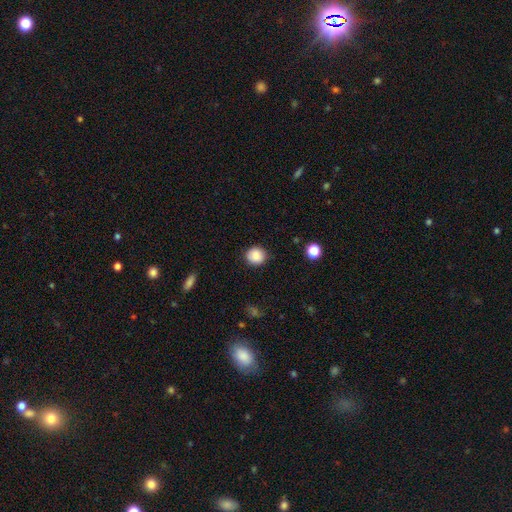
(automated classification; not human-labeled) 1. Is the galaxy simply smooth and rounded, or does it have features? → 86% smooth, 9% star or artifact, 5% featured or disk.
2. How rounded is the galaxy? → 86% round, 13% in between, 1% cigar-shaped.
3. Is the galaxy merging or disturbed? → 86% none, 10% minor disturbance, 2% major disturbance, 1% merger.